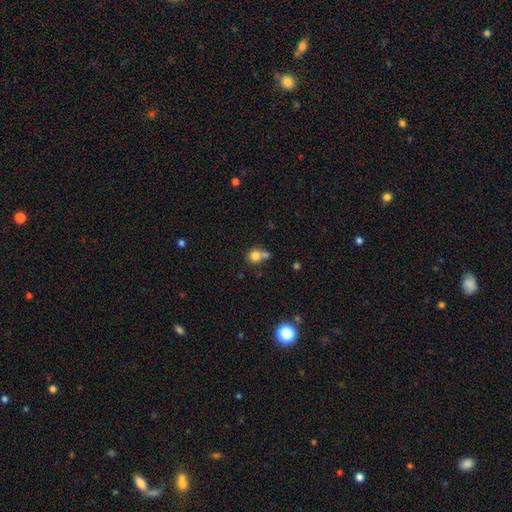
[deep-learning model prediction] Smooth or featured?
  - smooth: 78% *
  - star or artifact: 12%
  - featured or disk: 10%
How rounded?
  - round: 80% *
  - in between: 19%
  - cigar-shaped: 1%
Merging?
  - none: 43% *
  - merger: 40%
  - minor disturbance: 12%
  - major disturbance: 5%